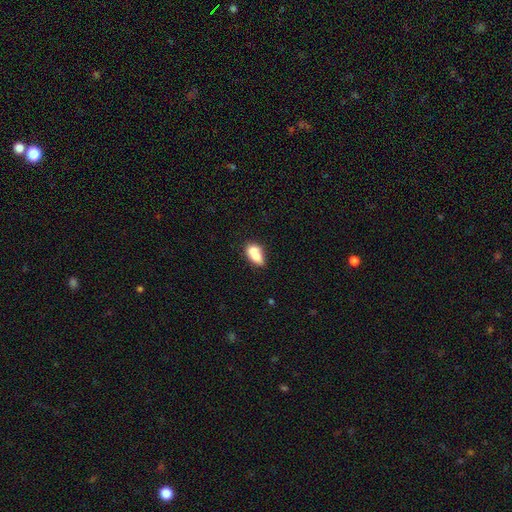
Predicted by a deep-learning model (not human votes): Overall: smooth (71%). How rounded: in between (82%). Merging: merger (41%; none 35%).